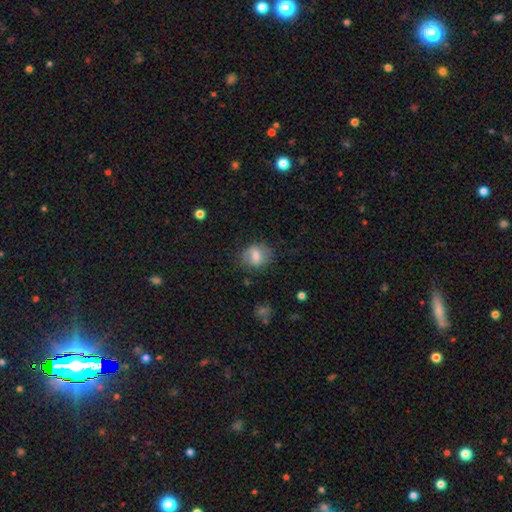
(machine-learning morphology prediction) smooth-or-featured: smooth: 66% | featured or disk: 25% | star or artifact: 9%
  how-rounded: in between: 49% (tied) | round: 49% (tied) | cigar-shaped: 2%
  merging: none: 69% | minor disturbance: 21% | major disturbance: 8% | merger: 2%